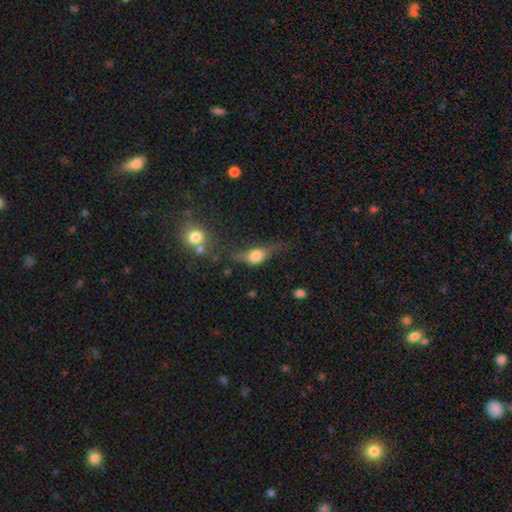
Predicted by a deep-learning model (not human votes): Smooth or featured: smooth — 56% (featured or disk — 34%)
How rounded: in between — 63% (round — 22%)
Merging: none — 36% (minor disturbance — 29%)